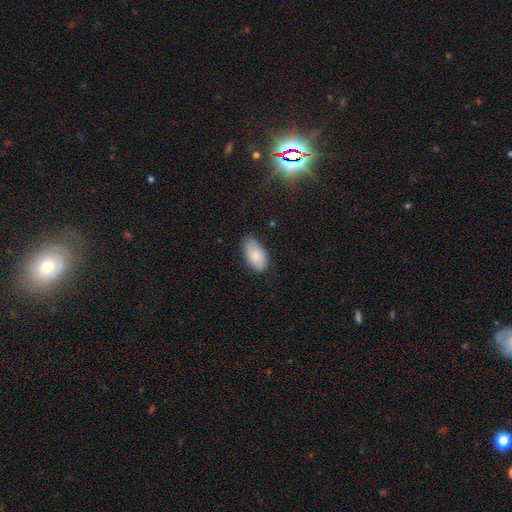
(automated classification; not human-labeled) Smooth or featured? smooth (83%)
How rounded? in between (94%)
Merging? none (76%)